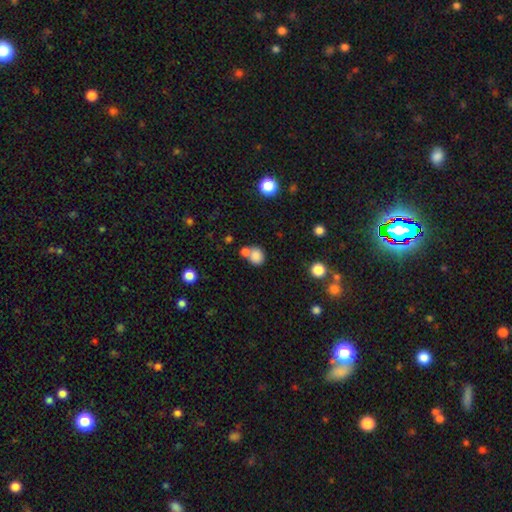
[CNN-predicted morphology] Q: Smooth or featured?
A: smooth (83%); runner-up: star or artifact (11%)
Q: How rounded?
A: round (69%); runner-up: in between (30%)
Q: Merging?
A: none (52%); runner-up: merger (33%)